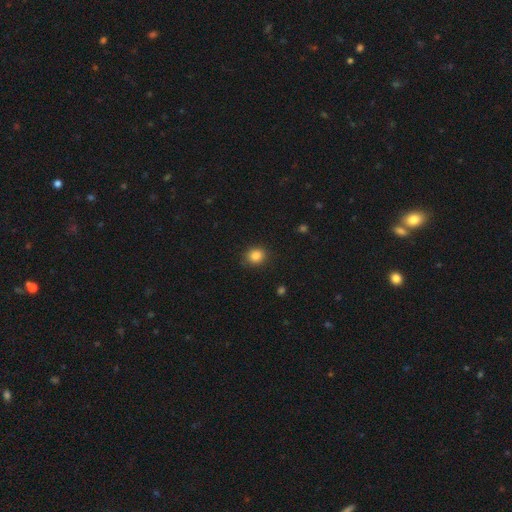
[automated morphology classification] Q: Smooth or featured?
A: smooth (85%); runner-up: star or artifact (11%)
Q: How rounded?
A: round (80%); runner-up: in between (19%)
Q: Merging?
A: none (88%); runner-up: minor disturbance (9%)